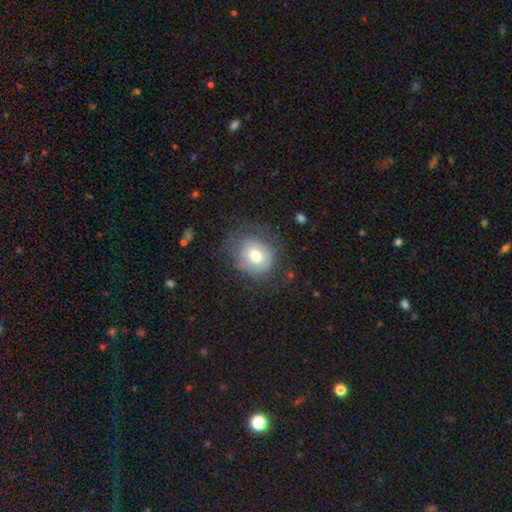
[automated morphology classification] smooth-or-featured: smooth: 66% | featured or disk: 25% | star or artifact: 9%
  how-rounded: round: 72% | in between: 27% | cigar-shaped: 1%
  merging: none: 62% | minor disturbance: 22% | major disturbance: 15% | merger: 1%